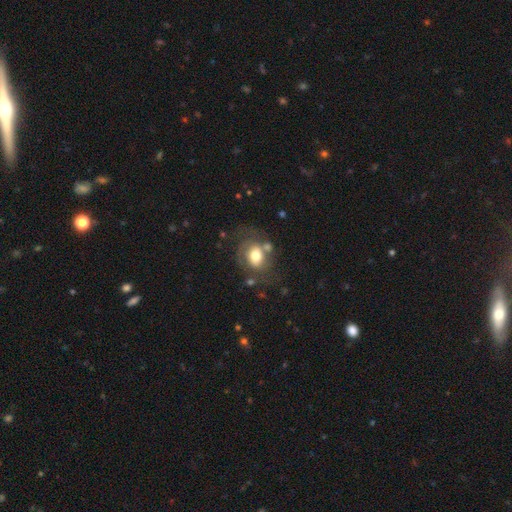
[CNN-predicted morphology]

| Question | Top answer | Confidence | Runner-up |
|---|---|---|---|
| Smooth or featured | smooth | 61% | featured or disk (30%) |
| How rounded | in between | 51% | round (48%) |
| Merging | none | 52% | minor disturbance (20%) |